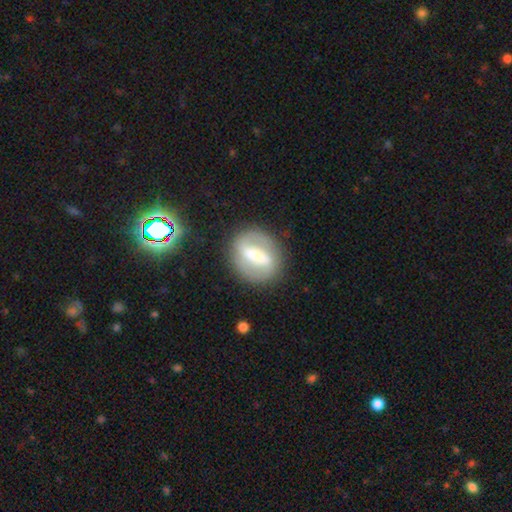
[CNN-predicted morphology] Q: Smooth or featured?
A: featured or disk (64%); runner-up: smooth (29%)
Q: Edge-on disk?
A: no (92%); runner-up: yes (8%)
Q: Bar?
A: strong (73%); runner-up: weak (19%)
Q: Spiral arms?
A: yes (52%); runner-up: no (48%)
Q: Bulge size?
A: moderate (38%); runner-up: small (23%)
Q: Merging?
A: none (80%); runner-up: minor disturbance (12%)